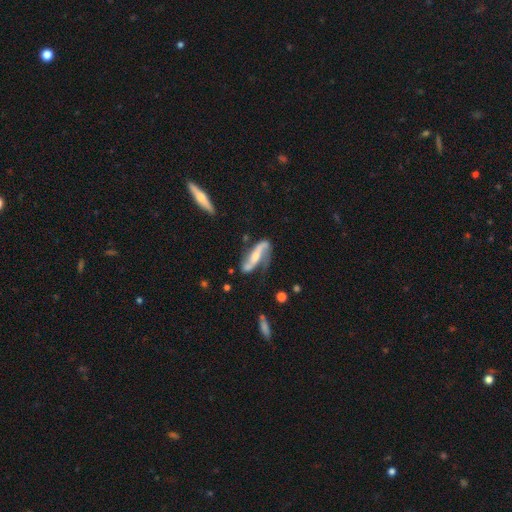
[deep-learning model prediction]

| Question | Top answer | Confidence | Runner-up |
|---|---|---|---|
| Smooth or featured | featured or disk | 80% | smooth (15%) |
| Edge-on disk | no | 85% | yes (15%) |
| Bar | strong | 37% | no (33%) |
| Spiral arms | yes | 93% | no (7%) |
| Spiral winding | loose | 62% | medium (27%) |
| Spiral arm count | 2 | 88% | 1 (5%) |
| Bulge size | moderate | 41% | small (39%) |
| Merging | none | 59% | minor disturbance (23%) |